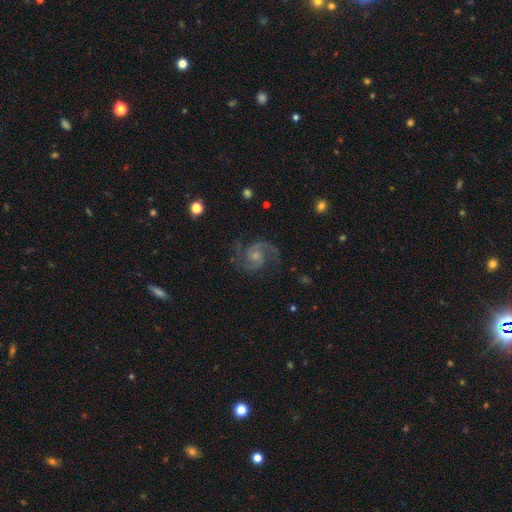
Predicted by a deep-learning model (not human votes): Smooth or featured: featured or disk — 90% (star or artifact — 6%)
Edge-on disk: no — 98% (yes — 2%)
Bar: no — 68% (weak — 27%)
Spiral arms: yes — 98% (no — 2%)
Spiral winding: medium — 59% (tight — 22%)
Spiral arm count: 2 — 83% (3 — 7%)
Bulge size: small — 58% (moderate — 34%)
Merging: none — 73% (minor disturbance — 16%)